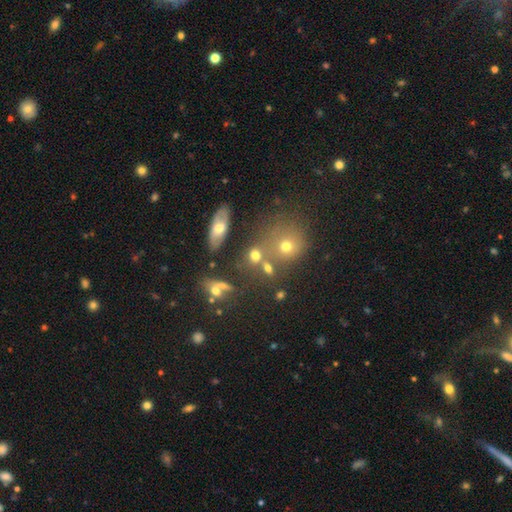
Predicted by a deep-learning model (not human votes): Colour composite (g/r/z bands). It shows a smooth galaxy with no disk features (63%) that is round (61%). Merging: none (55%).